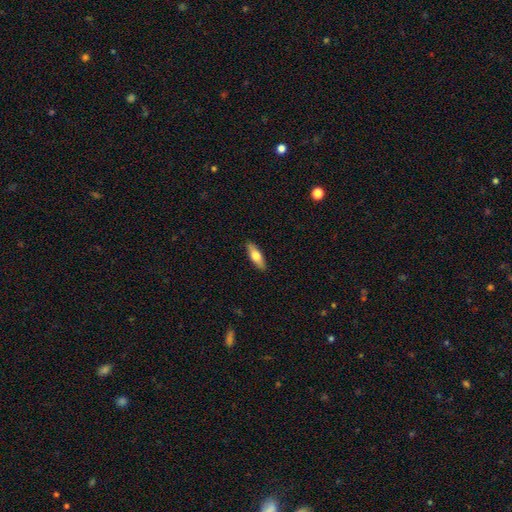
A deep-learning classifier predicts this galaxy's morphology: A smooth galaxy with no disk features (64%) that is in between round and cigar-shaped (56%). Merging: none (89%).